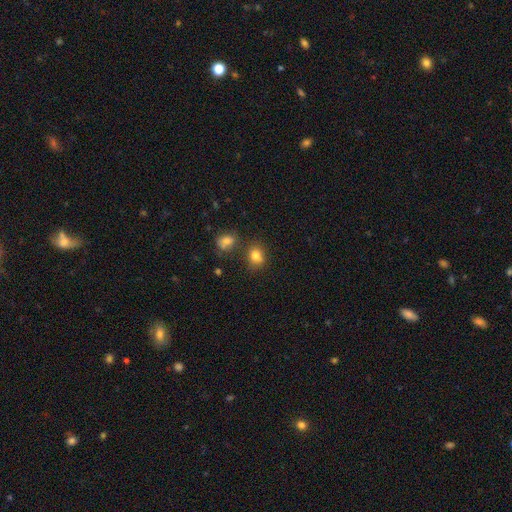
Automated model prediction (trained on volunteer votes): smooth 81%, star or artifact 12%, featured or disk 7%. Down the decision tree: how rounded — round (54%); merging — none (70%).